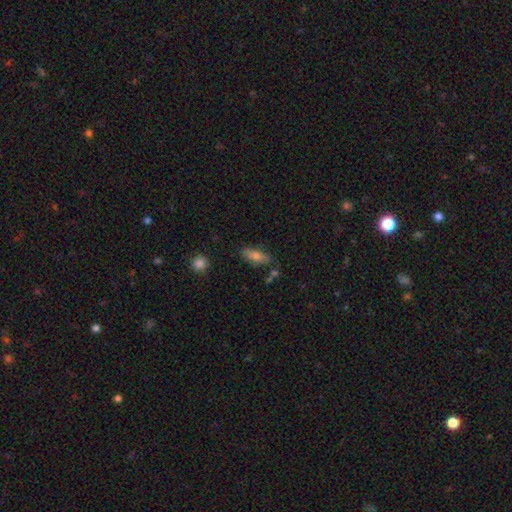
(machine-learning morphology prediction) Overall: smooth (75%). How rounded: in between (73%). Merging: none (75%).